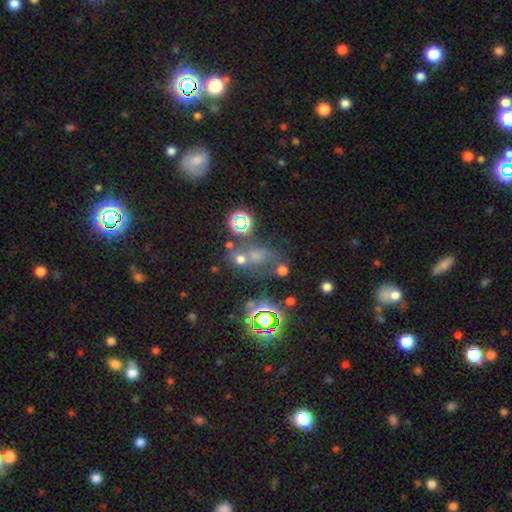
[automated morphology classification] This is possibly a smooth galaxy (49%). Merging: possibly none (47%).